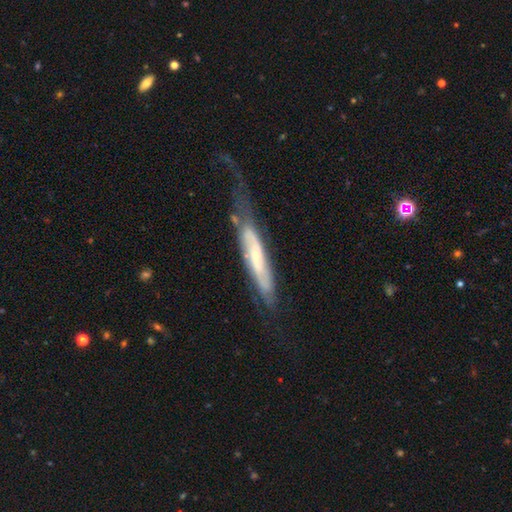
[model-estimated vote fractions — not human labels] Smooth or featured? featured or disk (66%)
Edge-on disk? no (53%)
Merging? none (38%)